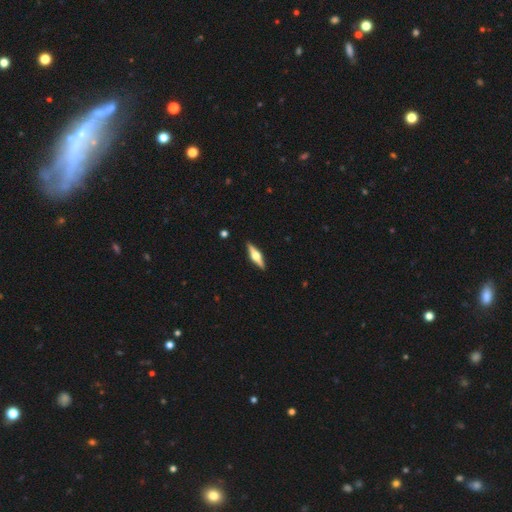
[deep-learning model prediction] Q: Smooth or featured?
A: featured or disk (71%); runner-up: smooth (24%)
Q: Edge-on disk?
A: yes (97%); runner-up: no (3%)
Q: Edge-on bulge?
A: rounded (94%); runner-up: boxy (4%)
Q: Merging?
A: none (91%); runner-up: minor disturbance (7%)